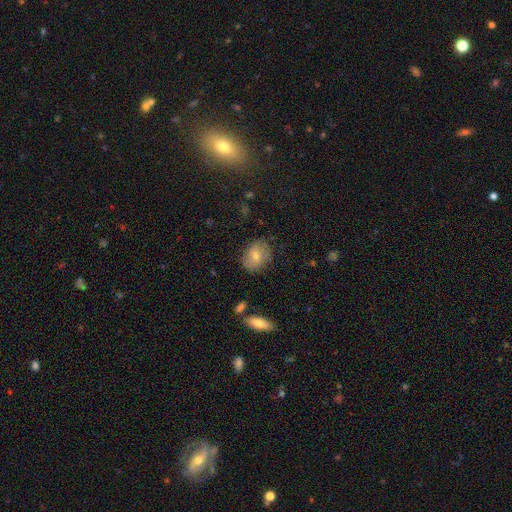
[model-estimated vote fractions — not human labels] Q: Smooth or featured?
A: smooth (56%); runner-up: featured or disk (31%)
Q: How rounded?
A: in between (67%); runner-up: round (31%)
Q: Merging?
A: none (80%); runner-up: minor disturbance (14%)